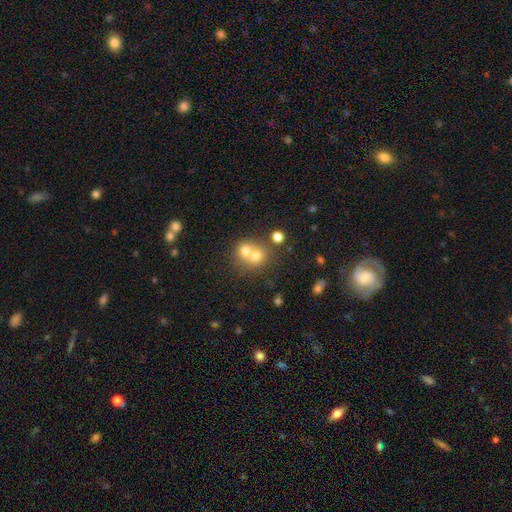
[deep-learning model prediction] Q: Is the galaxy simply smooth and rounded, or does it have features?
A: smooth — 67%.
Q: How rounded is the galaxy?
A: round — 76%.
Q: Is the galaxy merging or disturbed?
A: merger — 63%.